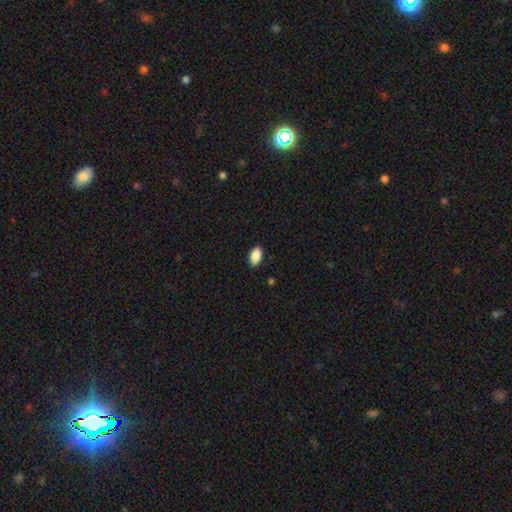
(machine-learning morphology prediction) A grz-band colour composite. It shows a smooth galaxy with no disk features (89%) that is in between round and cigar-shaped (94%). Merging: none (89%).